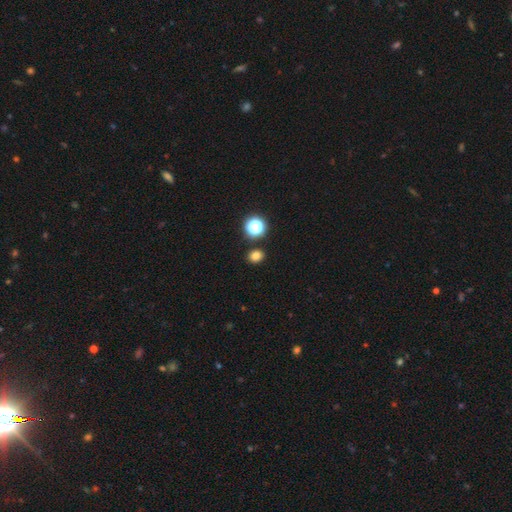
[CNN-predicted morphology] Smooth or featured: smooth — 78% (star or artifact — 17%)
How rounded: round — 65% (in between — 34%)
Merging: none — 87% (minor disturbance — 7%)